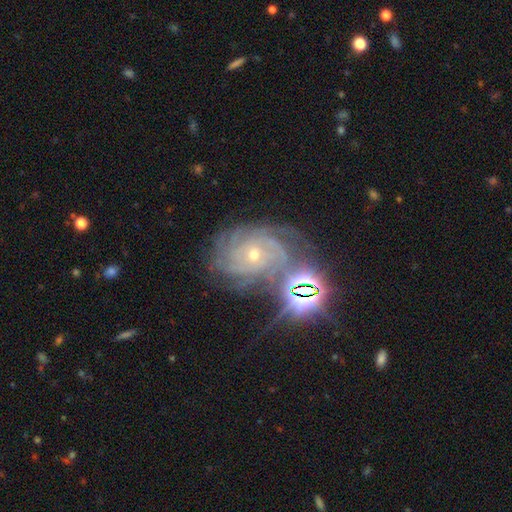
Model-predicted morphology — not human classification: A featured or disk galaxy (77%) with no bar (74%), tight (75%) spiral arms (97%) and a small central bulge (67%).

Vote fractions:
- Smooth or featured? featured or disk: 77% / star or artifact: 16% / smooth: 7%
- Edge-on disk? no: 97% / yes: 3%
- Bar? no: 74% / weak: 19% / strong: 7%
- Spiral arms? yes: 97% / no: 3%
- Spiral winding? tight: 75% / medium: 21% / loose: 4%
- Spiral arm count? can't tell: 27% / 4: 21% / 3: 18% / more than 4: 16% / 2: 10% / 1: 8%
- Bulge size? small: 67% / moderate: 30% / large: 1% / none: 1% / dominant: 1%
- Merging? none: 64% / minor disturbance: 18% / major disturbance: 9% / merger: 9%